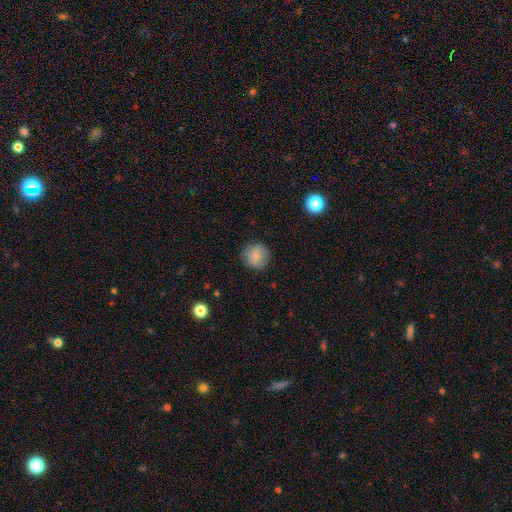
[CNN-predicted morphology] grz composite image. It shows a smooth galaxy with no disk features (82%) that is round (92%). Merging: none (86%).